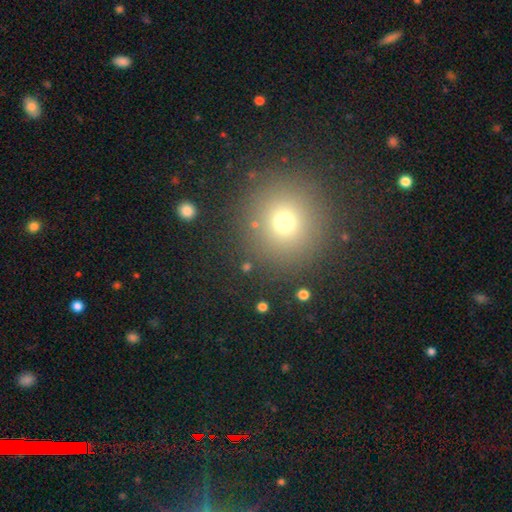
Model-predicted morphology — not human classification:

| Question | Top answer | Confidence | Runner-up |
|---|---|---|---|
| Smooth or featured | smooth | 64% | star or artifact (28%) |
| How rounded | round | 94% | in between (5%) |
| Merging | none | 91% | minor disturbance (5%) |